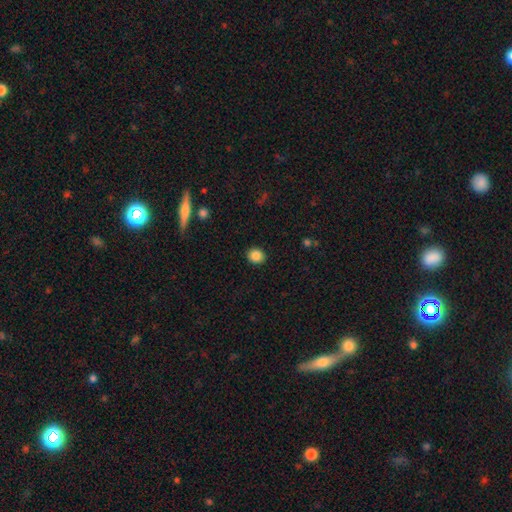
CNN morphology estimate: Smooth or featured?
  - smooth: 86% *
  - star or artifact: 10%
  - featured or disk: 5%
How rounded?
  - round: 77% *
  - in between: 22%
  - cigar-shaped: 1%
Merging?
  - none: 91% *
  - minor disturbance: 6%
  - major disturbance: 2%
  - merger: 1%